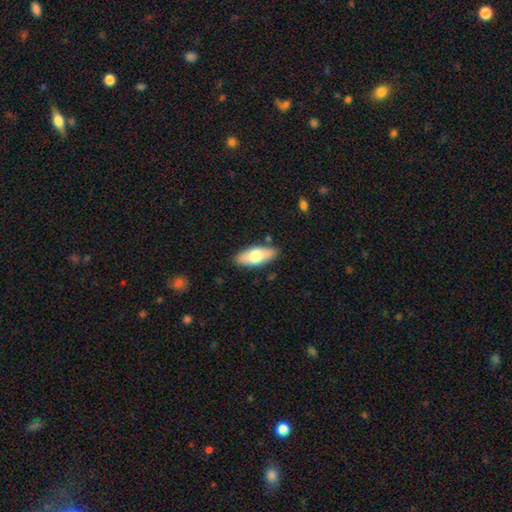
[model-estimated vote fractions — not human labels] Q: Smooth or featured?
A: smooth (70%); runner-up: featured or disk (24%)
Q: How rounded?
A: in between (81%); runner-up: cigar-shaped (17%)
Q: Merging?
A: none (86%); runner-up: minor disturbance (10%)